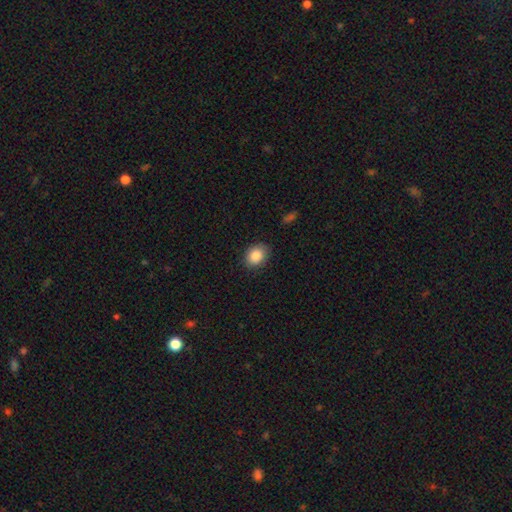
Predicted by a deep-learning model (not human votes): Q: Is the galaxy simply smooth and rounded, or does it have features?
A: smooth — 87%.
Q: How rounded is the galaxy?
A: in between — 56%.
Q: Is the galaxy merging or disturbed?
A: none — 84%.